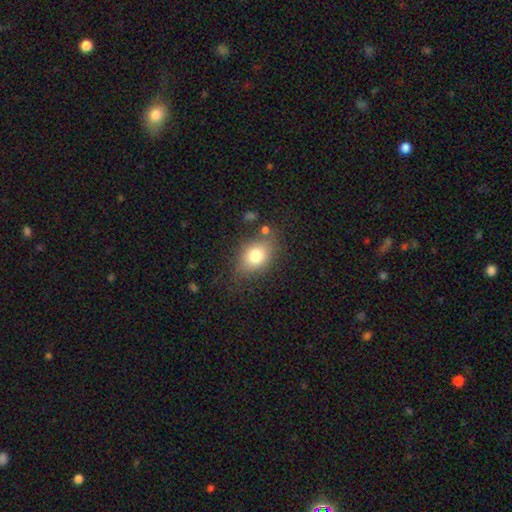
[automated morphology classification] This is likely a smooth galaxy (78%). How rounded: likely in between (66%). Merging: likely none (71%).